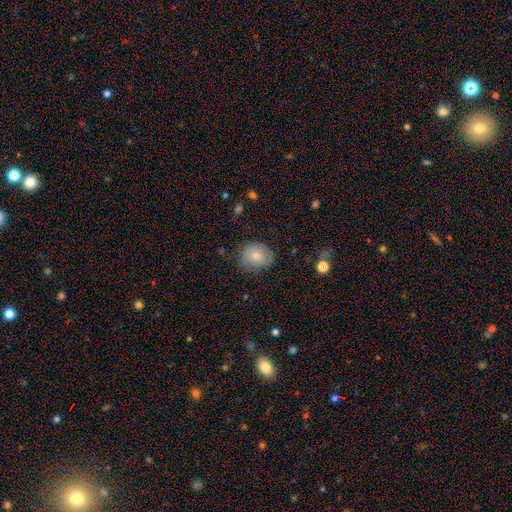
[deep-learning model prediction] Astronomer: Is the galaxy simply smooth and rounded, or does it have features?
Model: smooth — 74%.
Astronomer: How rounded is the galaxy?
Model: round — 62% (runner-up: in between, 37%).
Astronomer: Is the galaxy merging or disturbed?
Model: none — 70%.